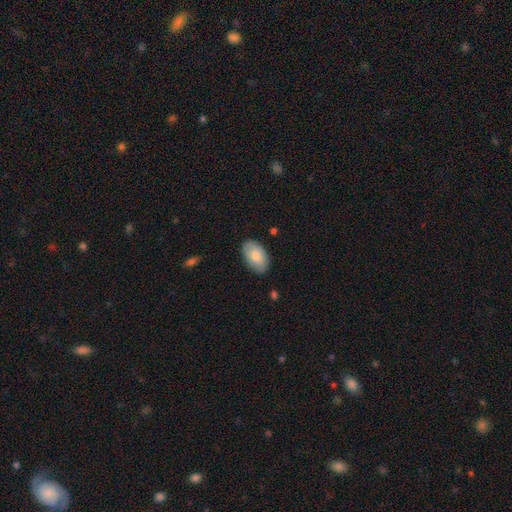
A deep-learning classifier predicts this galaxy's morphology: This appears to be a smooth galaxy with no disk features (74%) that is in between round and cigar-shaped (93%). Merging: none (79%).